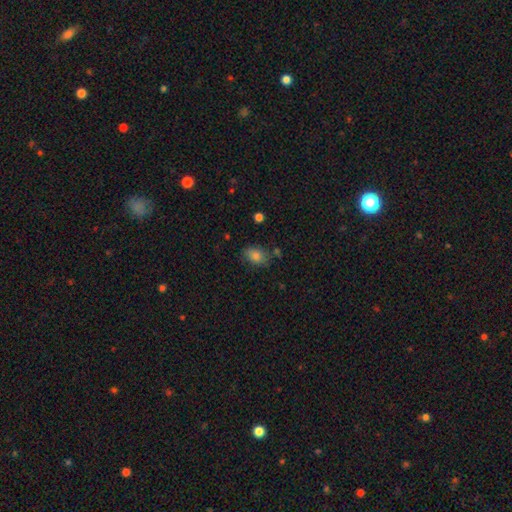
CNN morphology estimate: Q: Smooth or featured?
A: smooth (80%); runner-up: star or artifact (11%)
Q: How rounded?
A: in between (79%); runner-up: round (19%)
Q: Merging?
A: none (73%); runner-up: minor disturbance (18%)